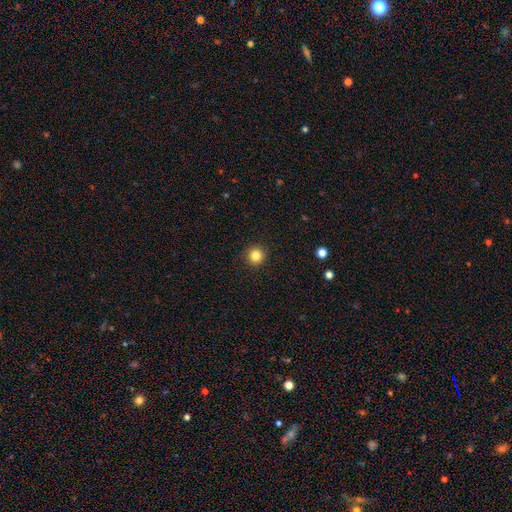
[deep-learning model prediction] Morphology: type=smooth (84%); roundness=round (95%); merging=none (93%).